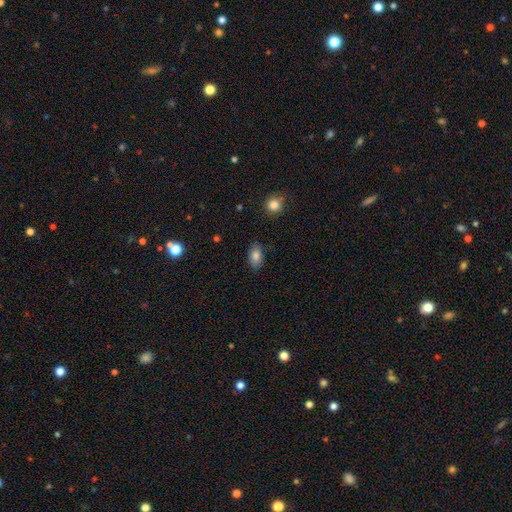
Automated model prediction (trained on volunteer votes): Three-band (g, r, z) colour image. It shows a smooth galaxy with no disk features (85%) that is in between round and cigar-shaped (91%). Merging: none (85%).